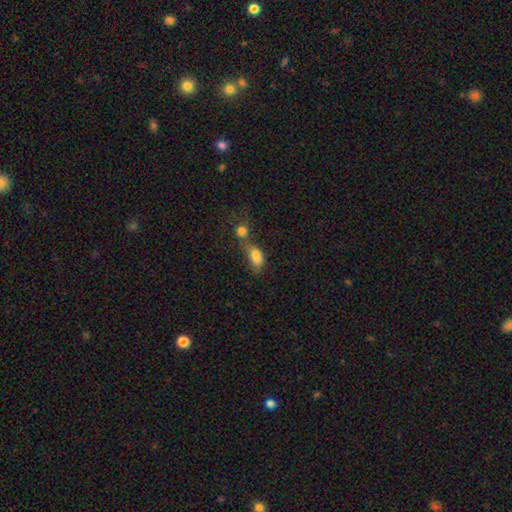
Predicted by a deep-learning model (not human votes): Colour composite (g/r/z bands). It shows a smooth galaxy with no disk features (76%) that is in between round and cigar-shaped (75%). Merging: merger (66%).